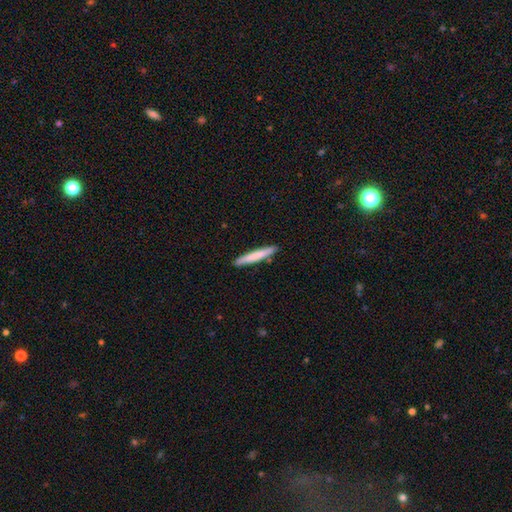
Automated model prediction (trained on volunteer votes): This appears to be a smooth galaxy with no disk features (74%) that is cigar-shaped (95%). Merging: none (89%).